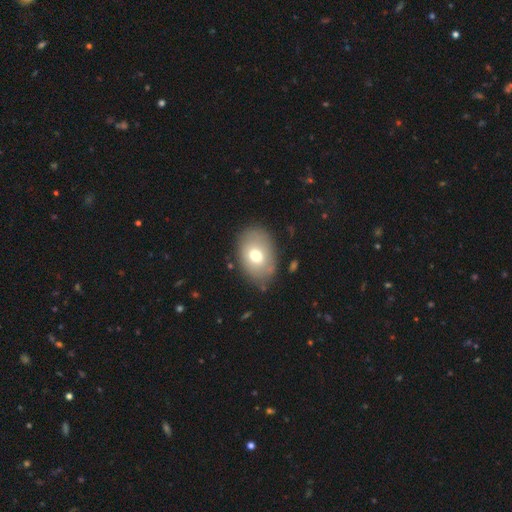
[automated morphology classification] Smooth or featured? smooth (70%)
How rounded? in between (82%)
Merging? none (80%)